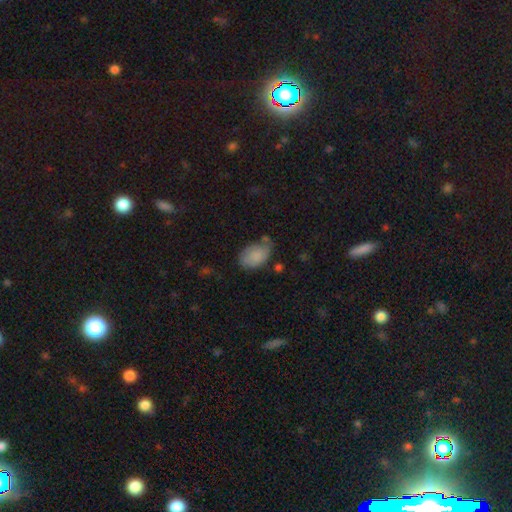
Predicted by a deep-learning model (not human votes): Morphology: type=smooth (82%); roundness=in between (89%); merging=none (52%).